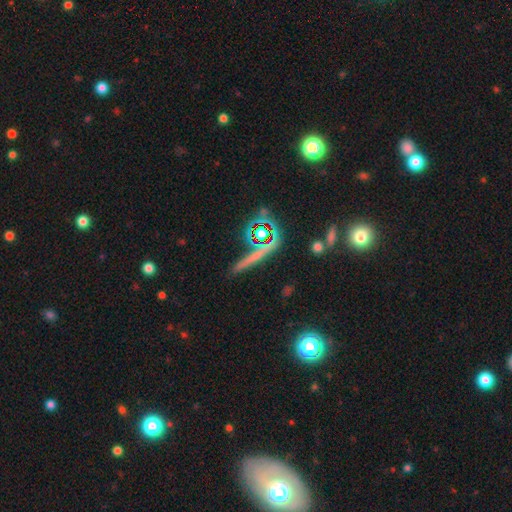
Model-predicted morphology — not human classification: The model was most divided on "smooth or featured": smooth: 37%, star or artifact: 36%, featured or disk: 27%. More confident: merging — none (79%).